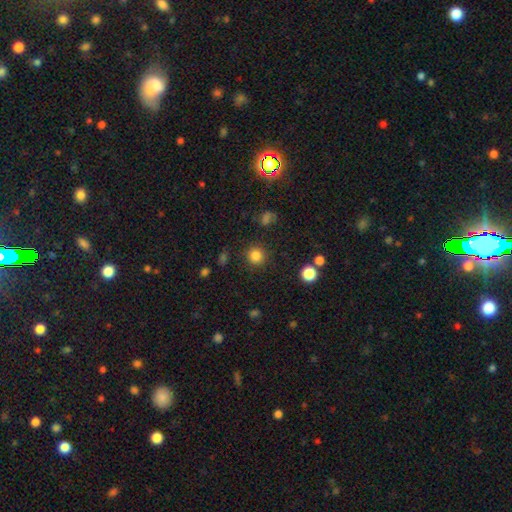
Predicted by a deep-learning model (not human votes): smooth-or-featured: smooth: 82% | star or artifact: 13% | featured or disk: 5%
  how-rounded: round: 93% | in between: 6% | cigar-shaped: 1%
  merging: none: 88% | minor disturbance: 7% | major disturbance: 3% | merger: 2%